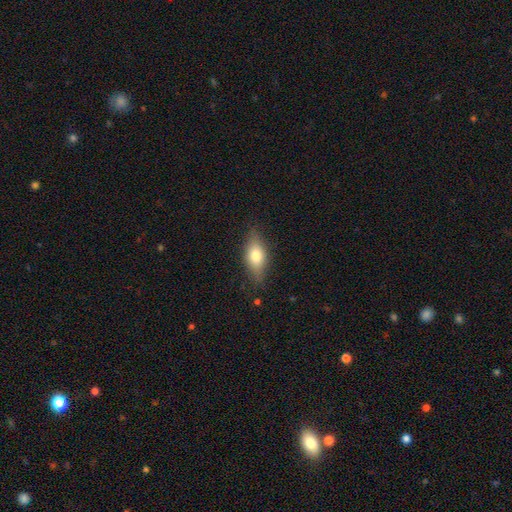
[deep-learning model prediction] smooth 68%, featured or disk 24%, star or artifact 8%. Down the decision tree: how rounded — in between (79%); merging — none (78%).